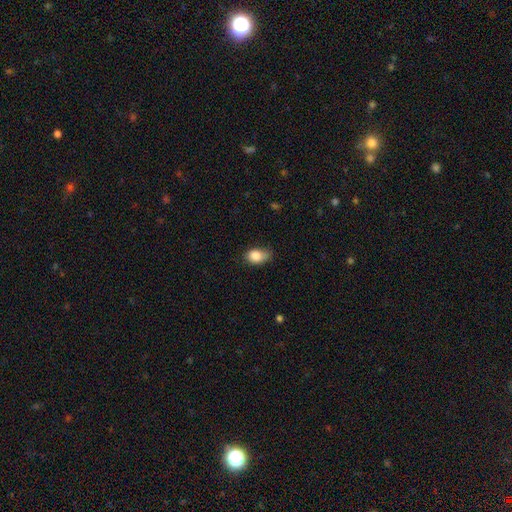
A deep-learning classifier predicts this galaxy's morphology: smooth-or-featured: smooth: 85% | star or artifact: 8% | featured or disk: 7%
  how-rounded: in between: 77% | round: 21% | cigar-shaped: 2%
  merging: none: 48% | minor disturbance: 40% | major disturbance: 10% | merger: 2%